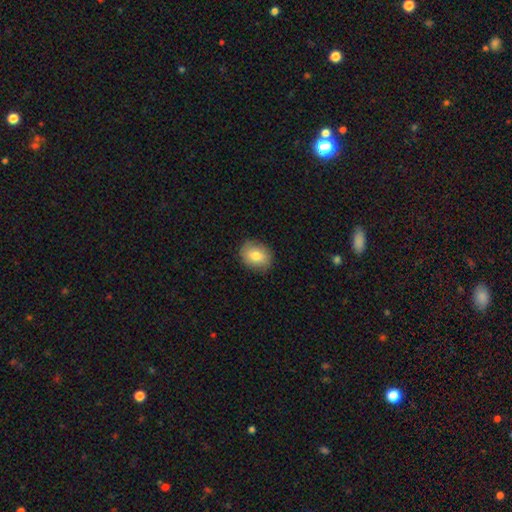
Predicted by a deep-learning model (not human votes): A smooth galaxy with no disk features (79%) that is in between round and cigar-shaped (50%).

Vote fractions:
- Smooth or featured? smooth: 79% / featured or disk: 12% / star or artifact: 8%
- How rounded? in between: 50% / round: 49% / cigar-shaped: 1%
- Merging? none: 86% / minor disturbance: 11% / major disturbance: 2% / merger: 1%